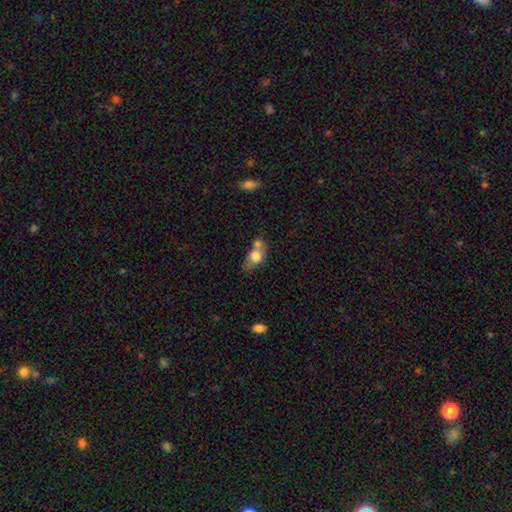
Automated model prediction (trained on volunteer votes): Overall: smooth (72%). How rounded: in between (62%; round 34%). Merging: merger (49%; none 28%).